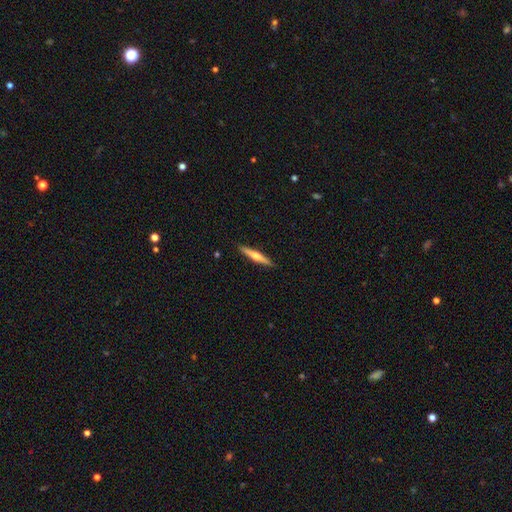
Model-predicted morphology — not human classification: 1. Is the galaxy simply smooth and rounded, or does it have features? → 52% featured or disk, 43% smooth, 5% star or artifact.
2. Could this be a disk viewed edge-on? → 97% yes, 3% no.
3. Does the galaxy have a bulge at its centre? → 85% rounded, 10% none, 5% boxy.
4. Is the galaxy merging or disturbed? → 91% none, 7% minor disturbance, 1% major disturbance, 1% merger.